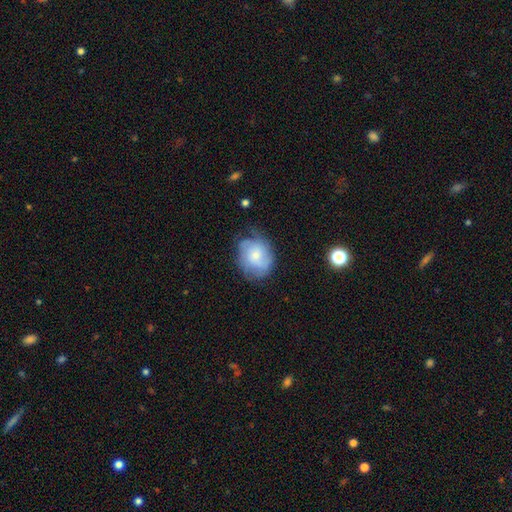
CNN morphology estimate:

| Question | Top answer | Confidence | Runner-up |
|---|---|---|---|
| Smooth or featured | smooth | 48% | featured or disk (44%) |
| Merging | none | 54% | minor disturbance (30%) |